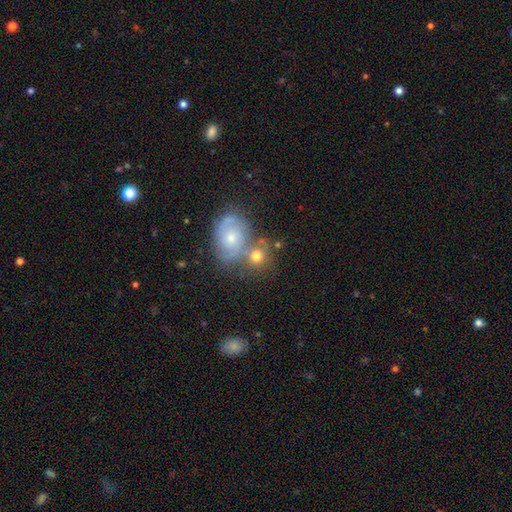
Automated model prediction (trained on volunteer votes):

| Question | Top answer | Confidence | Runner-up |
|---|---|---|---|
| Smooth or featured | featured or disk | 47% | smooth (38%) |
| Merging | none | 49% | merger (32%) |